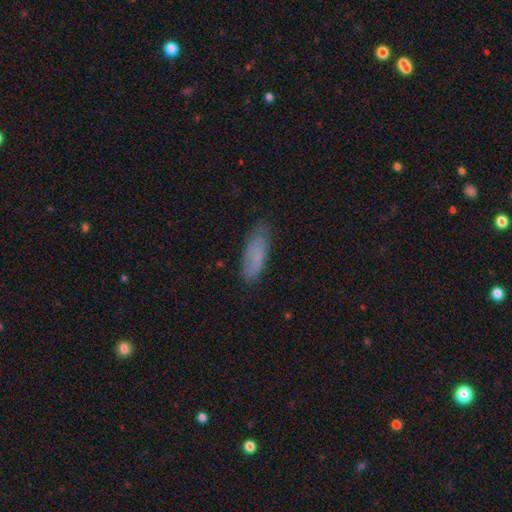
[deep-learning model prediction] Smooth or featured: smooth — 76% (featured or disk — 16%)
How rounded: in between — 57% (cigar-shaped — 41%)
Merging: none — 74% (minor disturbance — 19%)